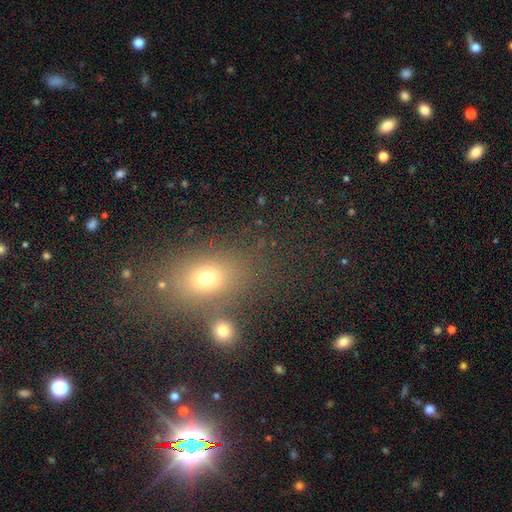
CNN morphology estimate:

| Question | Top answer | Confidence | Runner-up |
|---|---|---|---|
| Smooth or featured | smooth | 54% | star or artifact (34%) |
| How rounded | in between | 64% | round (31%) |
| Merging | none | 78% | minor disturbance (10%) |